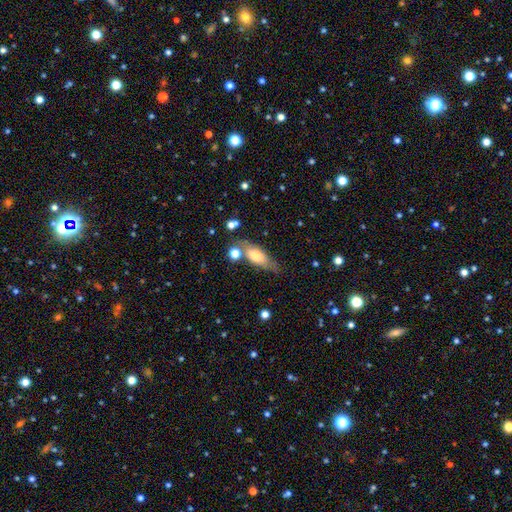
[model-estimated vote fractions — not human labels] Smooth or featured? smooth (68%)
How rounded? in between (72%)
Merging? none (57%)